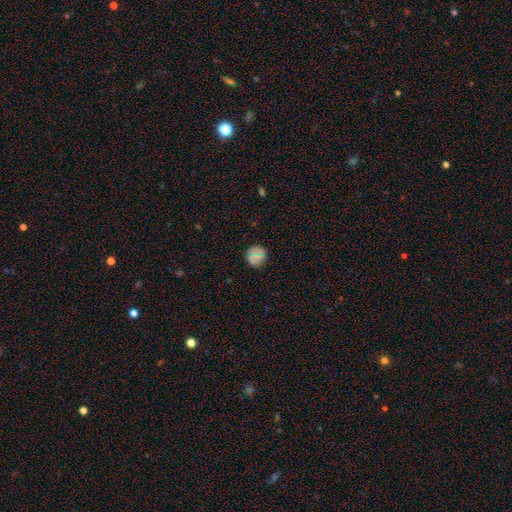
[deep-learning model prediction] Smooth or featured? Predicted: smooth (p=0.71). How rounded? Predicted: round (p=0.88). Merging? Predicted: none (p=0.87).